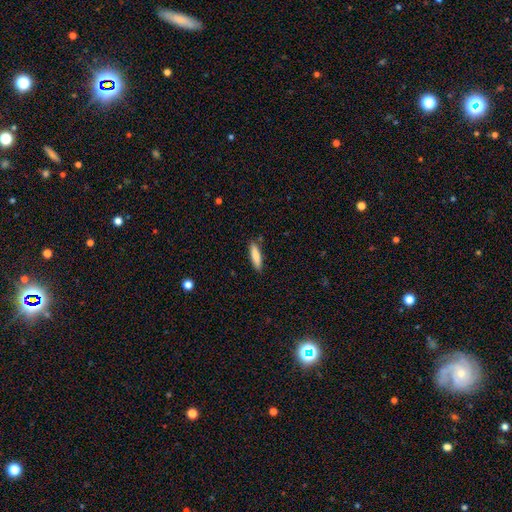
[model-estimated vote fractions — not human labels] smooth_or_featured: smooth (p=0.82) [alt: featured or disk p=0.12]
how_rounded: cigar-shaped (p=0.71) [alt: in between p=0.28]
merging: none (p=0.86) [alt: minor disturbance p=0.10]